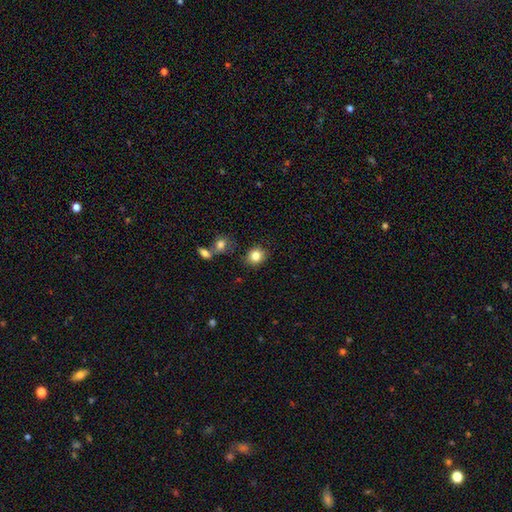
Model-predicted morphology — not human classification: Smooth or featured? smooth (83%)
How rounded? round (73%)
Merging? none (82%)